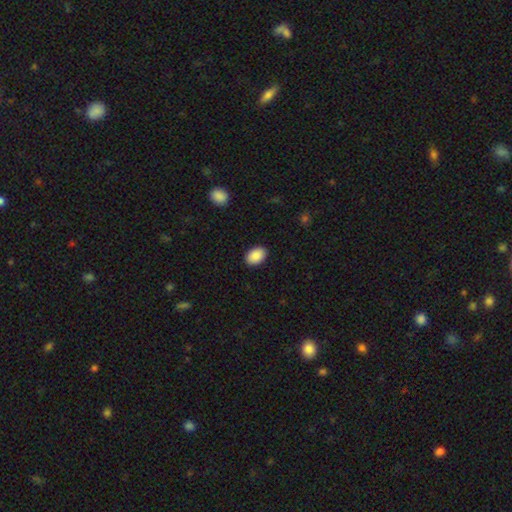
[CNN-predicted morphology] Q: Smooth or featured?
A: smooth (90%); runner-up: star or artifact (7%)
Q: How rounded?
A: in between (87%); runner-up: round (12%)
Q: Merging?
A: none (90%); runner-up: minor disturbance (7%)